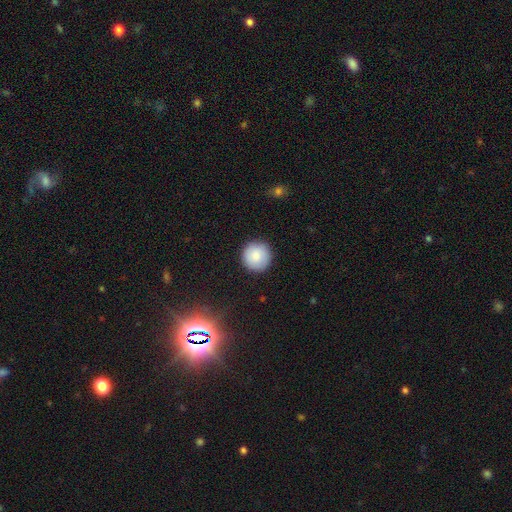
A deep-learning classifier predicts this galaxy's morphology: Overall: smooth (86%). How rounded: round (95%). Merging: none (90%).